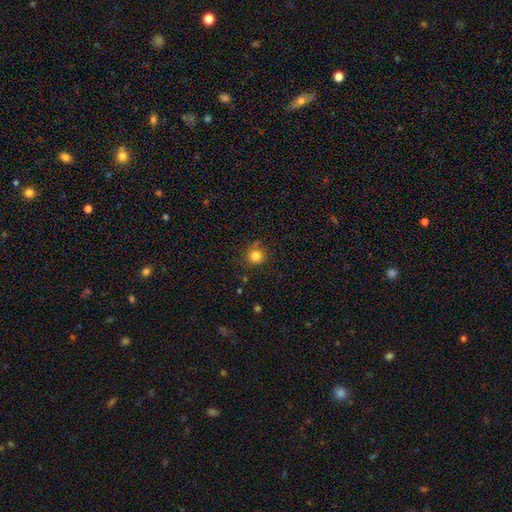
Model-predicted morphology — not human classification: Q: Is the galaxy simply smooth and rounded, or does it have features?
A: smooth — 82%.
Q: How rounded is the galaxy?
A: round — 92%.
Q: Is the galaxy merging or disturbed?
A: none — 81%.